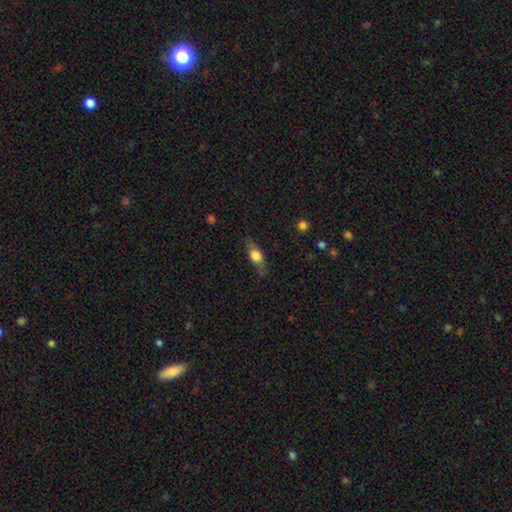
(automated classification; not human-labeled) The model was most divided on "smooth or featured": smooth: 64%, featured or disk: 28%, star or artifact: 8%. More confident: merging — none (70%); how rounded — in between (70%).